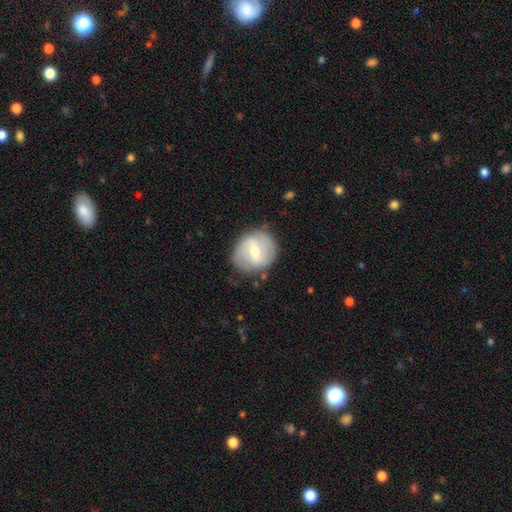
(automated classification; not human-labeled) This is possibly a featured or disk galaxy (55%). It is clearly not viewed edge-on (95%). Bar: possibly weak (49%). Spiral arm pattern: possibly no (51%). Central bulge: likely moderate (64%). Merging: likely none (76%).